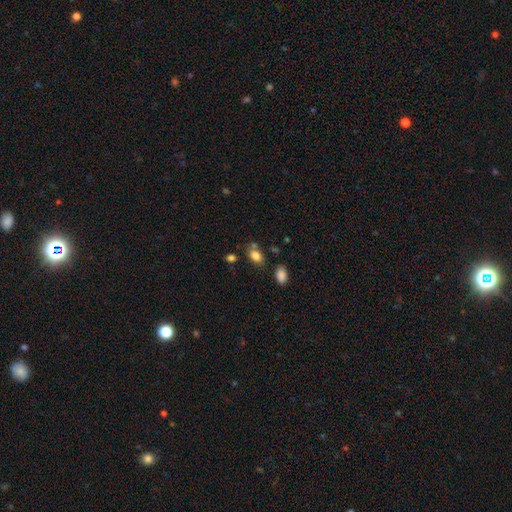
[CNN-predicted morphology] This is clearly a smooth galaxy (82%). How rounded: clearly in between (84%). Merging: likely none (65%).